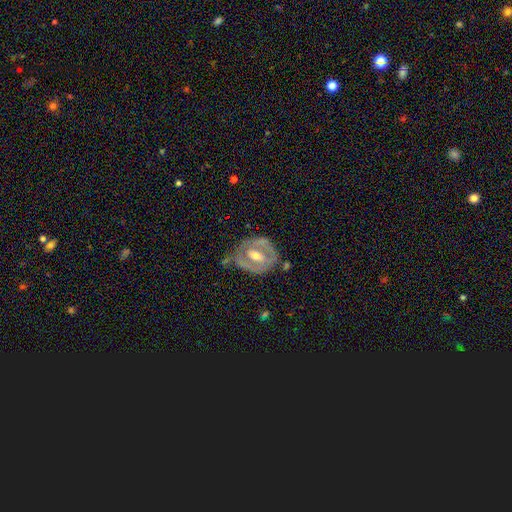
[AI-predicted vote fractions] Morphology: type=featured or disk (73%); edge-on=no (94%); bar=weak (41%); spiral arms=no (52%); bulge=moderate (69%); merging=none (54%).